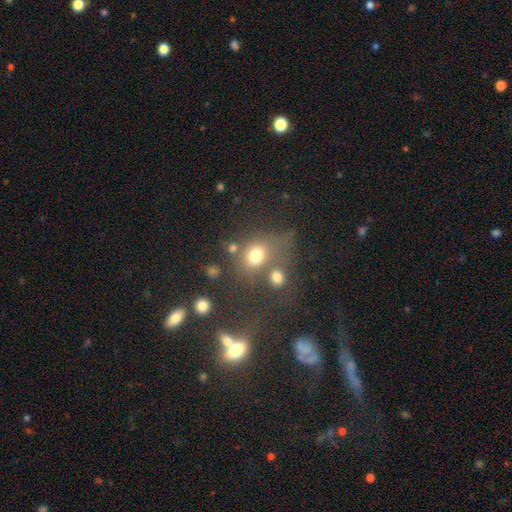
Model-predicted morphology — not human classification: A smooth galaxy with no disk features (71%) that is round (56%).

Vote fractions:
- Smooth or featured? smooth: 71% / star or artifact: 17% / featured or disk: 11%
- How rounded? round: 56% / in between: 42% / cigar-shaped: 2%
- Merging? none: 45% / merger: 29% / minor disturbance: 14% / major disturbance: 12%